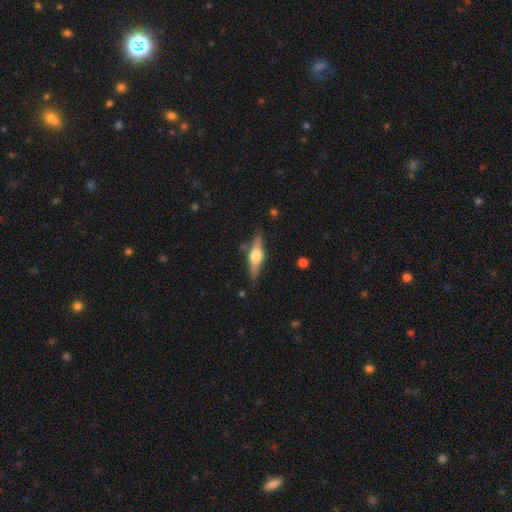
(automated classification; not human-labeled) Smooth or featured? featured or disk (66%)
Edge-on disk? yes (96%)
Edge-on bulge? rounded (93%)
Merging? none (84%)